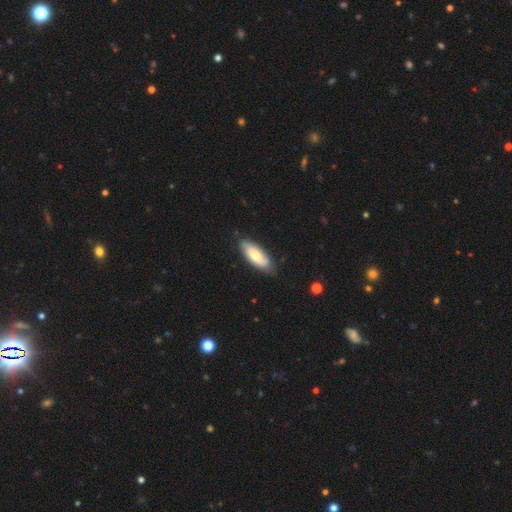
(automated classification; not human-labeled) smooth_or_featured: smooth (p=0.66) [alt: featured or disk p=0.28]
how_rounded: in between (p=0.79) [alt: cigar-shaped p=0.19]
merging: none (p=0.78) [alt: minor disturbance p=0.17]